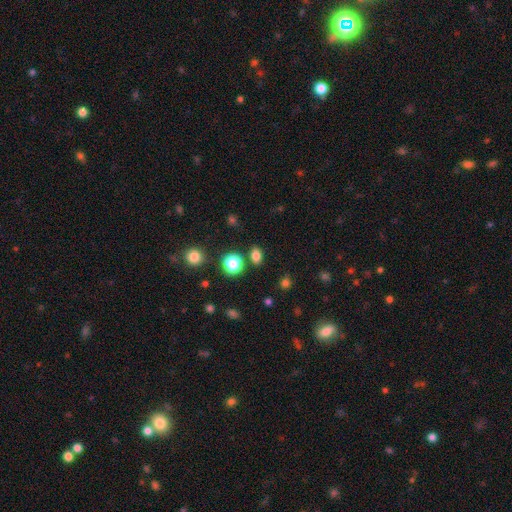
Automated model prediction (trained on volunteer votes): Q: Smooth or featured?
A: smooth (78%); runner-up: star or artifact (16%)
Q: How rounded?
A: in between (67%); runner-up: round (31%)
Q: Merging?
A: none (83%); runner-up: minor disturbance (9%)